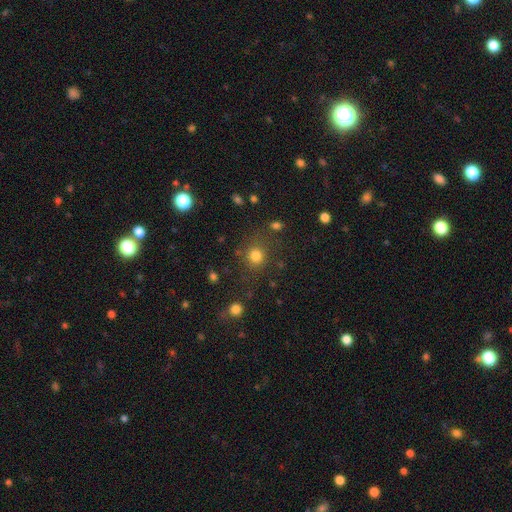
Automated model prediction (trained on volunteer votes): This appears to be a smooth galaxy with no disk features (79%) that is round (85%). Merging: none (78%).